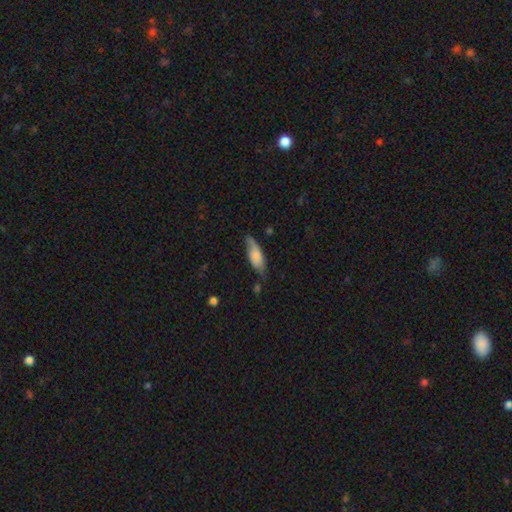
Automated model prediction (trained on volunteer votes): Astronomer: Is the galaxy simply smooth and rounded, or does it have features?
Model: smooth — 74%.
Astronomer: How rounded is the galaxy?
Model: in between — 67%.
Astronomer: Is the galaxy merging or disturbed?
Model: none — 55% (runner-up: minor disturbance, 34%).